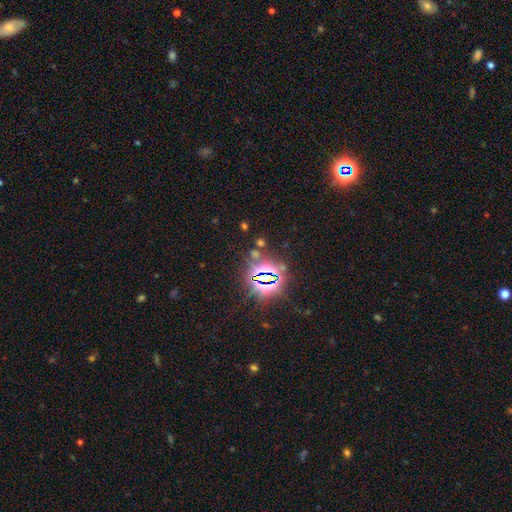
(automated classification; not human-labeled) A star or artifact, not a galaxy (80%).